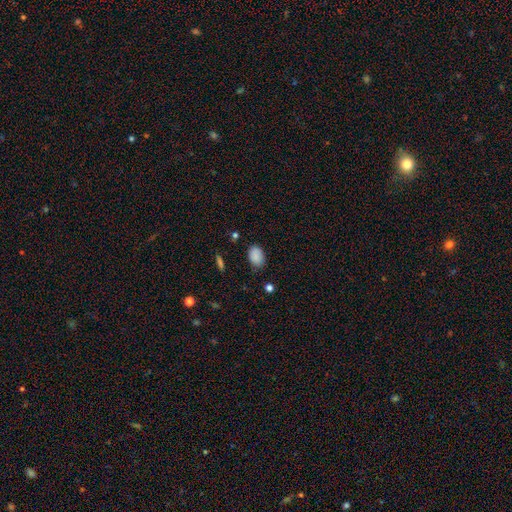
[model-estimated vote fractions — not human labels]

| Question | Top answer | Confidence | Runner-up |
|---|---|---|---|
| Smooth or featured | smooth | 87% | star or artifact (8%) |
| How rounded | in between | 85% | round (14%) |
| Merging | none | 80% | minor disturbance (16%) |